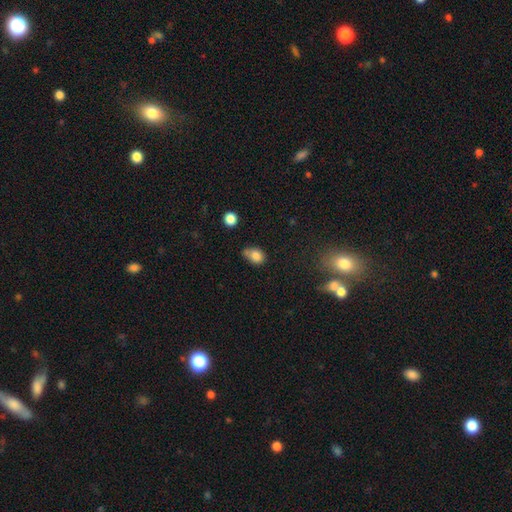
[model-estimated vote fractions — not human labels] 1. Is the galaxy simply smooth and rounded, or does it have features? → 80% smooth, 11% star or artifact, 9% featured or disk.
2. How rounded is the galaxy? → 52% in between, 47% round, 1% cigar-shaped.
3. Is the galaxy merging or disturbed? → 41% none, 32% minor disturbance, 16% merger, 10% major disturbance.